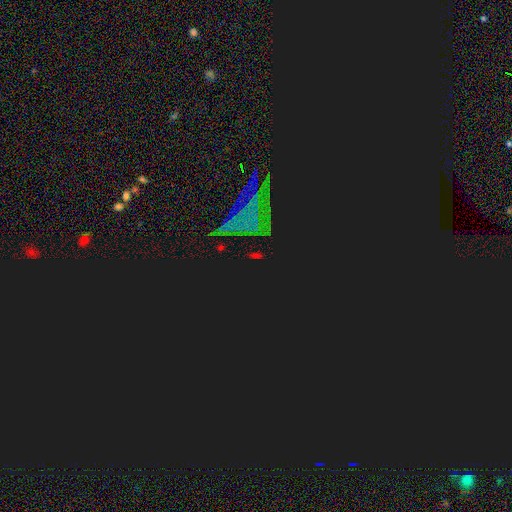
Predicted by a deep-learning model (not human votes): Q: Smooth or featured?
A: star or artifact (76%); runner-up: smooth (12%)